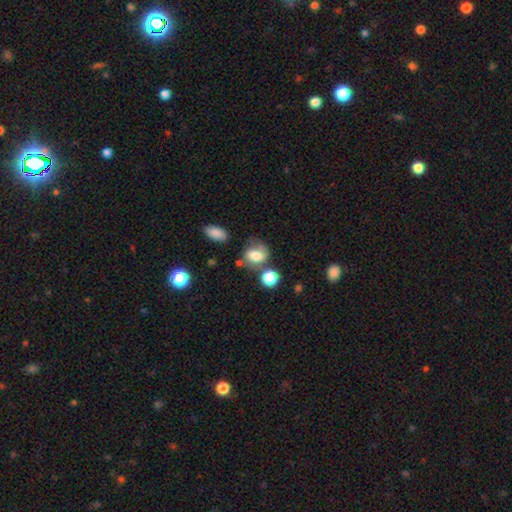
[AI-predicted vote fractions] smooth-or-featured: smooth: 64% | featured or disk: 25% | star or artifact: 11%
  how-rounded: in between: 53% | round: 46% | cigar-shaped: 2%
  merging: none: 46% | minor disturbance: 24% | merger: 16% | major disturbance: 14%